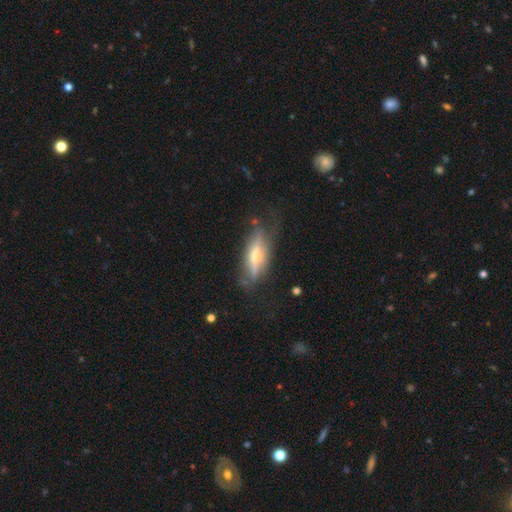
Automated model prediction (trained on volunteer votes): featured or disk 63%, smooth 30%, star or artifact 7%. Down the decision tree: edge-on disk — yes (74%); merging — none (61%).